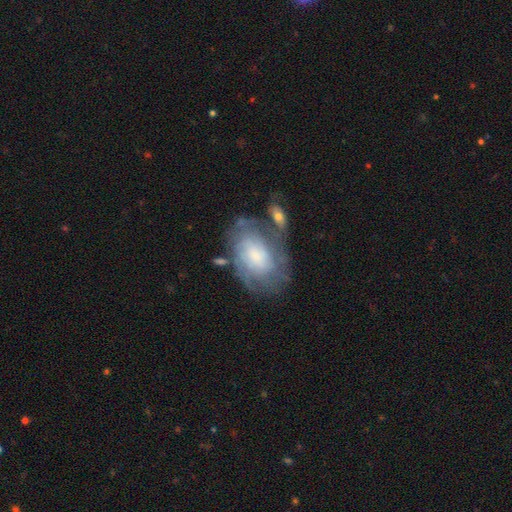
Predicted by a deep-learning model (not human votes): Overall: featured or disk (64%; smooth 28%). Edge-on disk: no (96%). Bar: no (69%). Spiral arms: yes (82%). Spiral arm count: can't tell (57%). Spiral winding: tight (56%; medium 31%). Bulge size: small (45%; moderate 28%). Merging: none (50%; minor disturbance 22%).